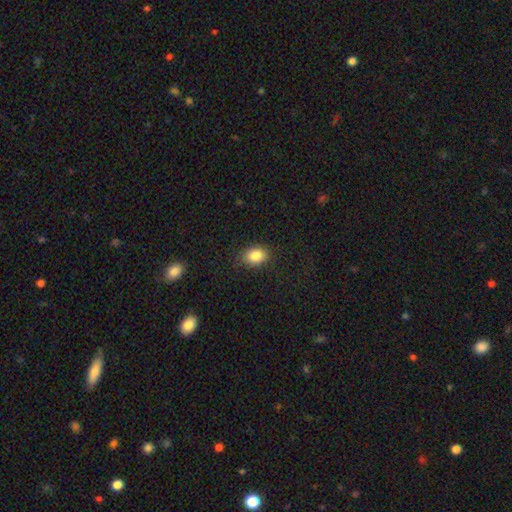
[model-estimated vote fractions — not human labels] This is clearly a smooth galaxy (85%). How rounded: likely in between (73%). Merging: clearly none (85%).